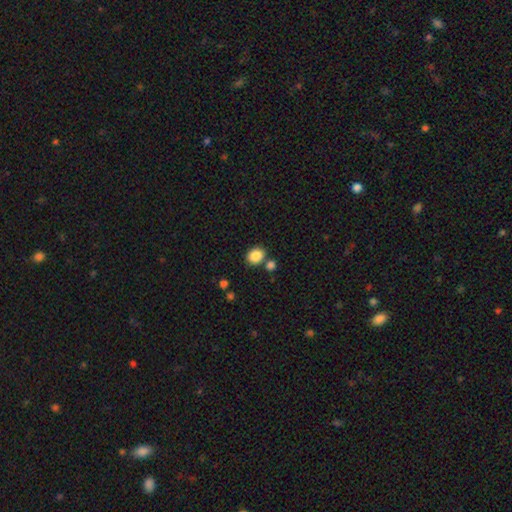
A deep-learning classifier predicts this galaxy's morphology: This appears to be a smooth galaxy with no disk features (87%) that is round (56%). Merging: none (71%).